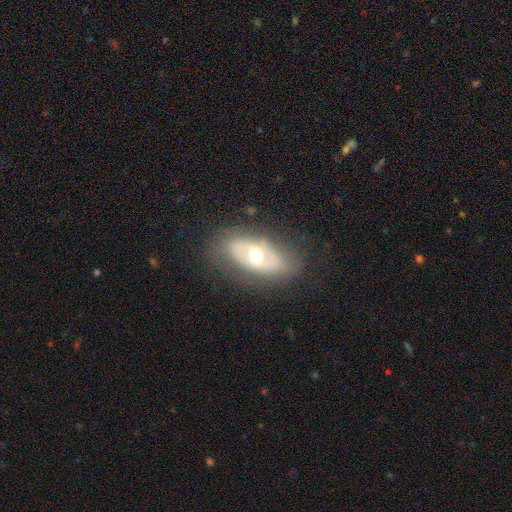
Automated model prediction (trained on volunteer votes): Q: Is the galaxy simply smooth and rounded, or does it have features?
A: featured or disk — 64%.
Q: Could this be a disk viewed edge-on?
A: no — 88%.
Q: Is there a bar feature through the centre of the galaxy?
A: no — 50%.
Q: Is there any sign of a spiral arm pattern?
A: no — 52%.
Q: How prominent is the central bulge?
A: moderate — 70%.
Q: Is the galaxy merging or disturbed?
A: none — 76%.